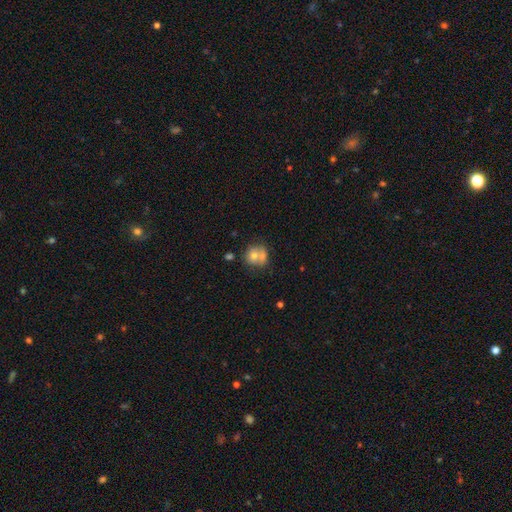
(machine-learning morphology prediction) smooth-or-featured: smooth: 67% | featured or disk: 24% | star or artifact: 9%
  how-rounded: round: 78% | in between: 21% | cigar-shaped: 1%
  merging: merger: 42% | none: 38% | minor disturbance: 14% | major disturbance: 6%